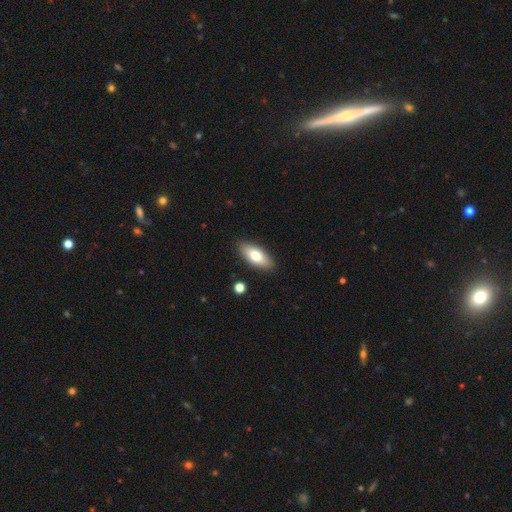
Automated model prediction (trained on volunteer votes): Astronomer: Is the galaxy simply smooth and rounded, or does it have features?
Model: smooth — 72%.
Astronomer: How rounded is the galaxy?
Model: in between — 81%.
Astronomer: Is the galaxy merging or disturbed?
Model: none — 88%.